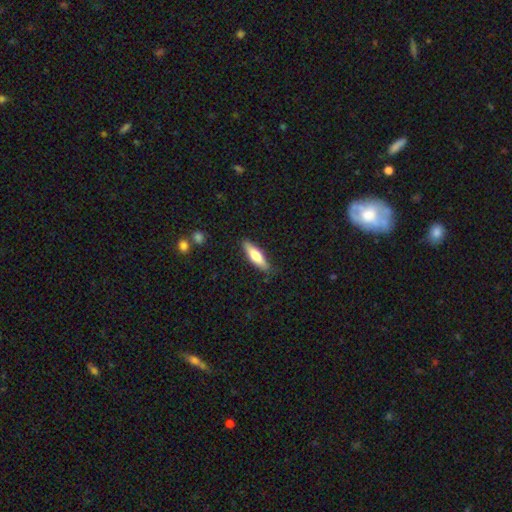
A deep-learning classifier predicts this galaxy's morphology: Smooth or featured?
  - smooth: 64% *
  - featured or disk: 30%
  - star or artifact: 6%
How rounded?
  - cigar-shaped: 62% *
  - in between: 36%
  - round: 2%
Merging?
  - none: 84% *
  - minor disturbance: 12%
  - major disturbance: 2%
  - merger: 1%